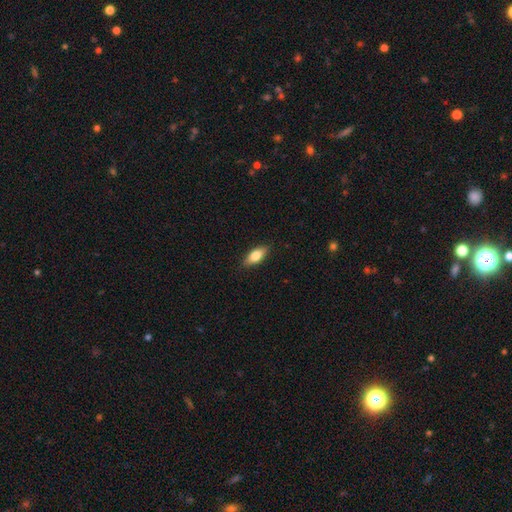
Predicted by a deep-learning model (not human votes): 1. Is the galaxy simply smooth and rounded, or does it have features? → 73% smooth, 20% featured or disk, 7% star or artifact.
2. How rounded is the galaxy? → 77% in between, 19% cigar-shaped, 3% round.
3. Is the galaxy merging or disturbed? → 88% none, 9% minor disturbance, 2% major disturbance, 1% merger.